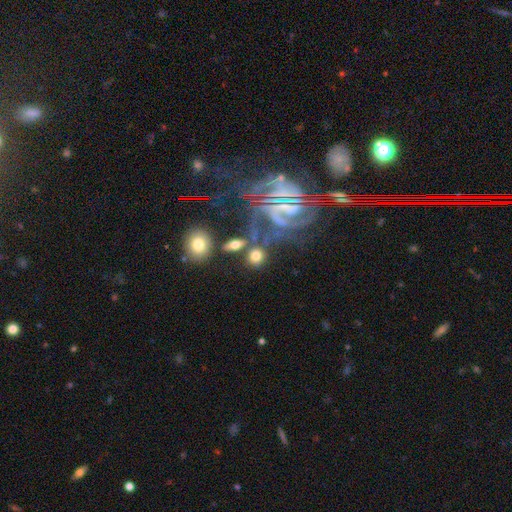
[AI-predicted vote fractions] This is likely a smooth galaxy (67%). How rounded: likely round (62%). Merging: possibly none (59%).